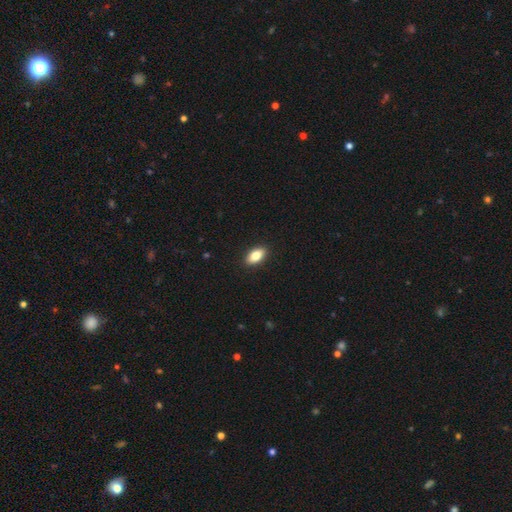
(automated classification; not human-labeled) Smooth or featured: smooth — 81% (featured or disk — 12%)
How rounded: in between — 89% (round — 5%)
Merging: none — 90% (minor disturbance — 7%)